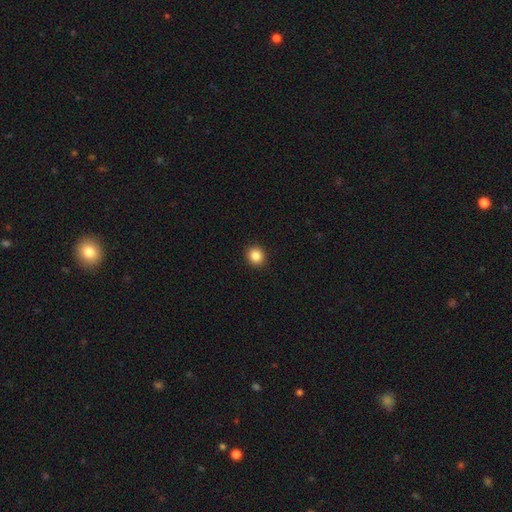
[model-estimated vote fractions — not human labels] The model was most divided on "how rounded": round: 87%, in between: 12%, cigar-shaped: 1%. More confident: merging — none (93%); smooth or featured — smooth (86%).